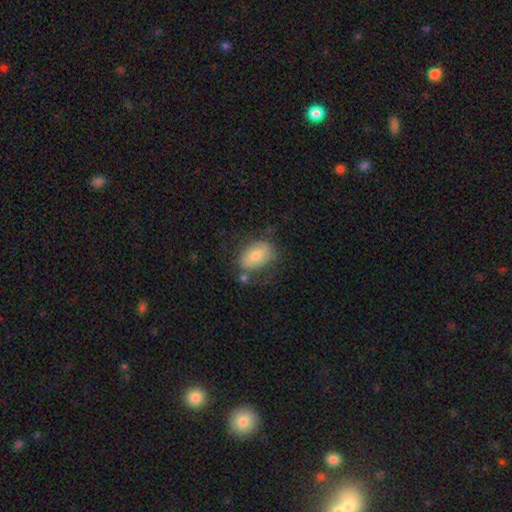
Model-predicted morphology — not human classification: type=smooth (73%); roundness=in between (86%); merging=none (63%).